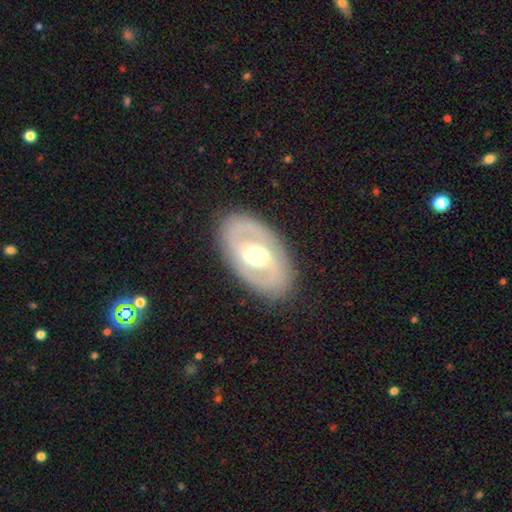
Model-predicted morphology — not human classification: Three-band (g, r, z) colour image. It shows a featured or disk galaxy (73%) with no bar (39%), spiral arms (56%) and a moderate central bulge (63%). Merging: none (83%).